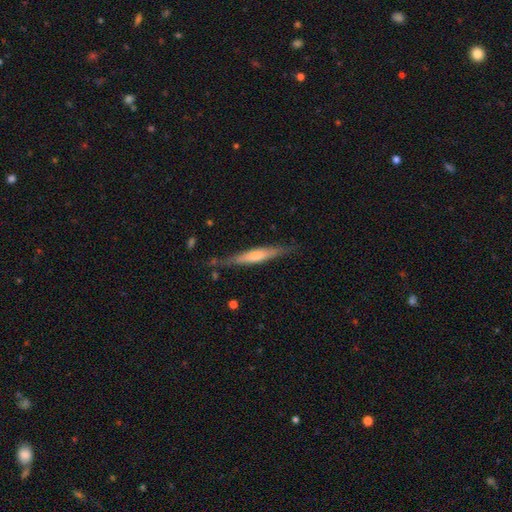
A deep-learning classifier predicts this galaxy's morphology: Smooth or featured: smooth — 50% (featured or disk — 44%)
Merging: none — 77% (minor disturbance — 16%)